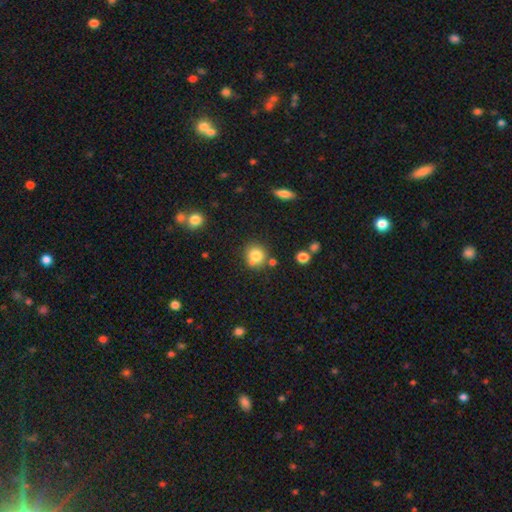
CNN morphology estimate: A smooth galaxy with no disk features (80%) that is round (86%).

Vote fractions:
- Smooth or featured? smooth: 80% / star or artifact: 11% / featured or disk: 9%
- How rounded? round: 86% / in between: 13% / cigar-shaped: 1%
- Merging? none: 70% / merger: 14% / minor disturbance: 13% / major disturbance: 4%